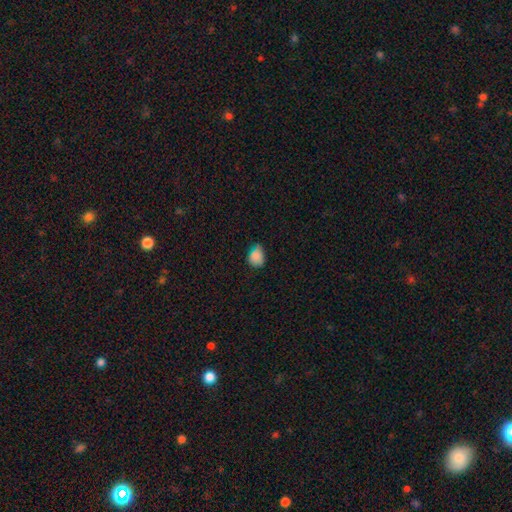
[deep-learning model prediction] This is clearly a smooth galaxy (84%). How rounded: possibly round (57%). Merging: possibly none (46%).